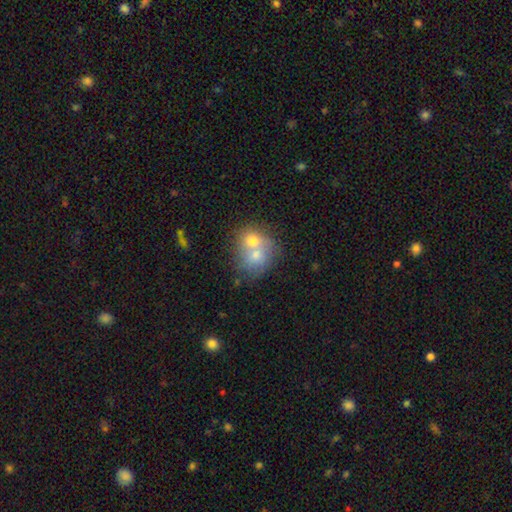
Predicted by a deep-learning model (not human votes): Smooth or featured: smooth — 64% (featured or disk — 28%)
How rounded: round — 69% (in between — 30%)
Merging: merger — 68% (none — 22%)